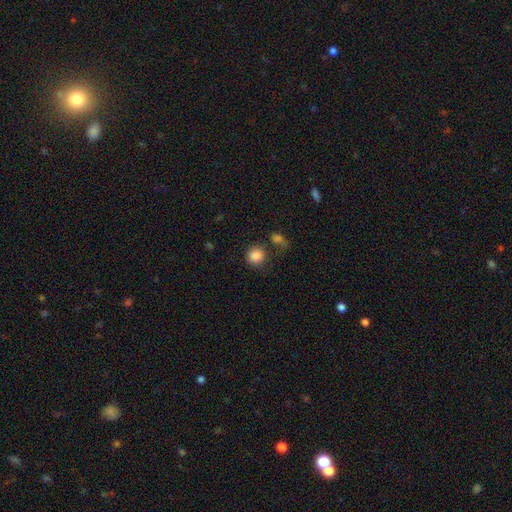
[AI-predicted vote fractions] This is clearly a smooth galaxy (86%). How rounded: clearly round (85%). Merging: likely none (70%).